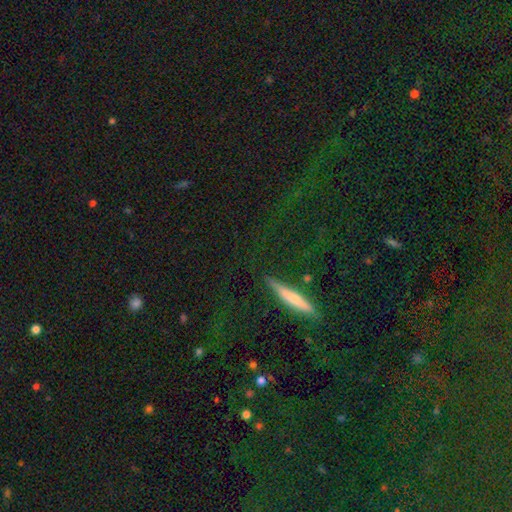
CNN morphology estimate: A featured or disk galaxy (41%).

Vote fractions:
- Smooth or featured? featured or disk: 41% / smooth: 32% / star or artifact: 27%
- Merging? none: 79% / minor disturbance: 12% / major disturbance: 6% / merger: 3%